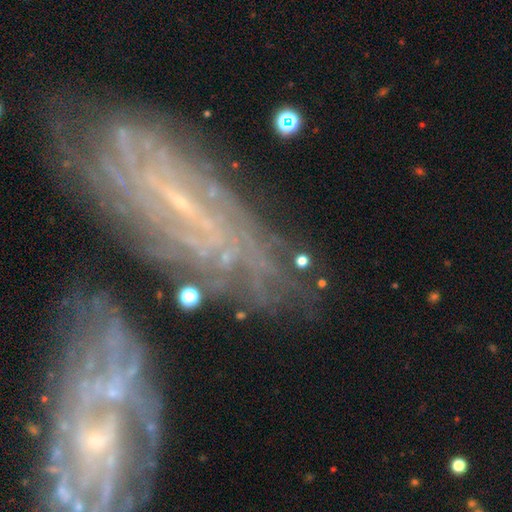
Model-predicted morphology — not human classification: Smooth or featured? featured or disk (79%)
Edge-on disk? no (86%)
Bar? weak (39%)
Spiral arms? yes (86%)
Spiral winding? tight (65%)
Spiral arm count? can't tell (51%)
Bulge size? small (78%)
Merging? none (69%)